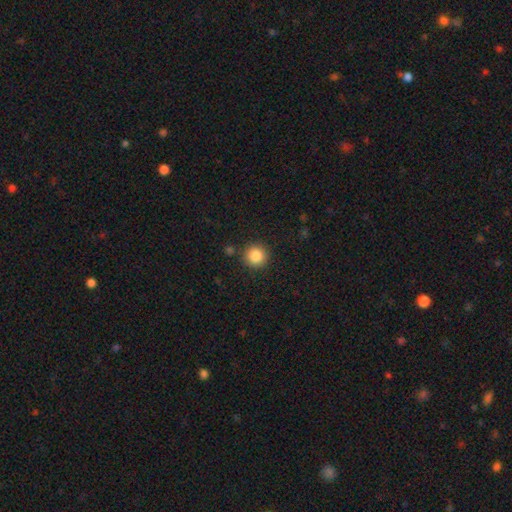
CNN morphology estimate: Smooth or featured: smooth — 85% (star or artifact — 10%)
How rounded: round — 94% (in between — 5%)
Merging: none — 89% (minor disturbance — 6%)